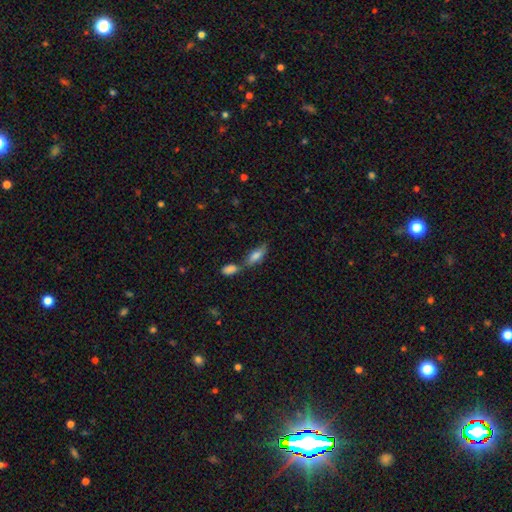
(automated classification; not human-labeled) The model was most divided on "merging": none: 43%, merger: 39%, minor disturbance: 13%, major disturbance: 5%. More confident: smooth or featured — smooth (74%); how rounded — in between (68%).